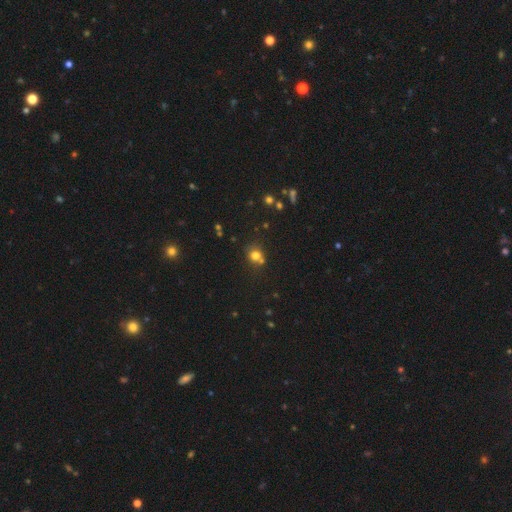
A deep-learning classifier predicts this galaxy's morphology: The model was most divided on "merging": none: 57%, merger: 26%, minor disturbance: 12%, major disturbance: 4%. More confident: how rounded — round (78%); smooth or featured — smooth (73%).